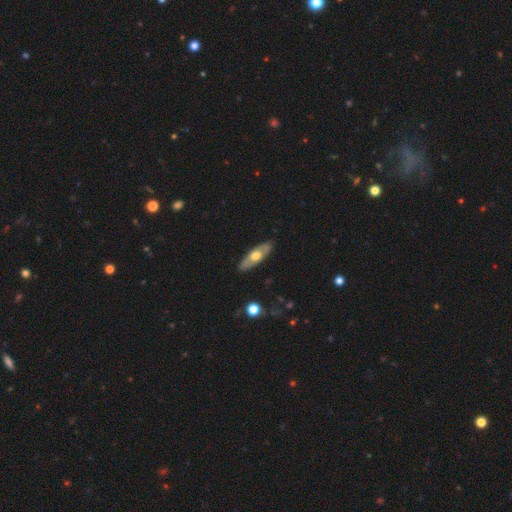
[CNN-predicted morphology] Smooth or featured: featured or disk — 51% (smooth — 44%)
Edge-on disk: no — 57% (yes — 43%)
Merging: none — 87% (minor disturbance — 10%)